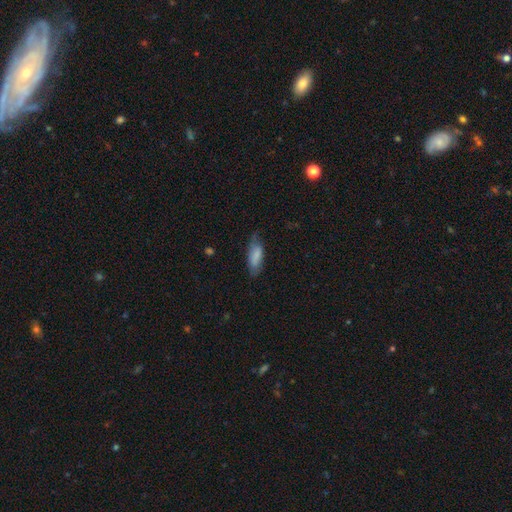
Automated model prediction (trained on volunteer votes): Morphology: type=smooth (79%); roundness=in between (72%); merging=none (62%).